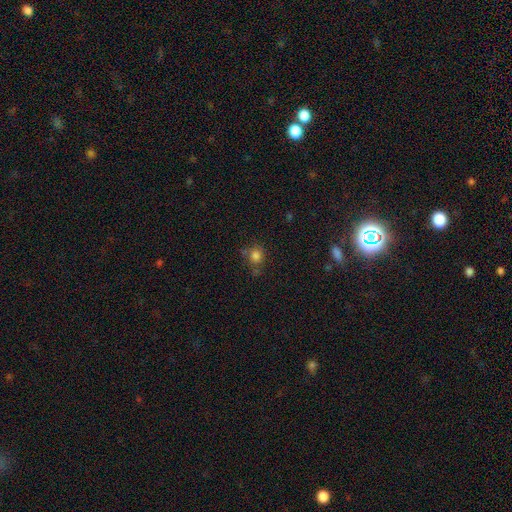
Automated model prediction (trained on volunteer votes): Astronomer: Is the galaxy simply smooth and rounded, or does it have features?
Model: smooth — 79%.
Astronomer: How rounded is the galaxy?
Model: round — 78%.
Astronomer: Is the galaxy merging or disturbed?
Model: none — 65%.